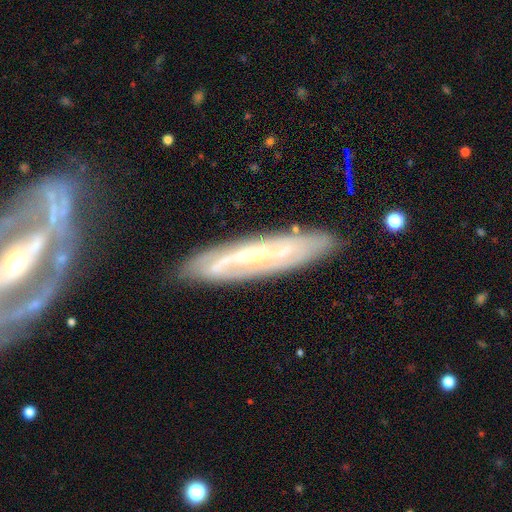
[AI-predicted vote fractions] Smooth or featured?
  - featured or disk: 78% *
  - smooth: 15%
  - star or artifact: 7%
Edge-on disk?
  - no: 66% *
  - yes: 34%
Bar?
  - no: 47% *
  - weak: 32%
  - strong: 21%
Spiral arms?
  - yes: 88% *
  - no: 12%
Bulge size?
  - small: 77% *
  - moderate: 17%
  - none: 3%
  - large: 1%
  - dominant: 1%
Merging?
  - none: 82% *
  - minor disturbance: 13%
  - major disturbance: 3%
  - merger: 2%